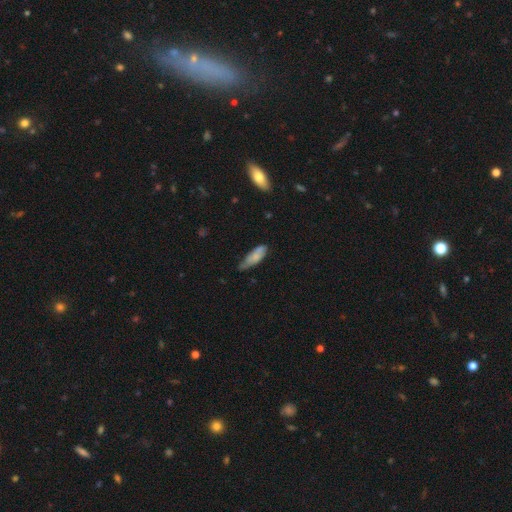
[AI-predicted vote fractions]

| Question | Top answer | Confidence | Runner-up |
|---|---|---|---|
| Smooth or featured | smooth | 74% | featured or disk (20%) |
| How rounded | in between | 60% | cigar-shaped (39%) |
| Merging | minor disturbance | 44% | none (43%) |